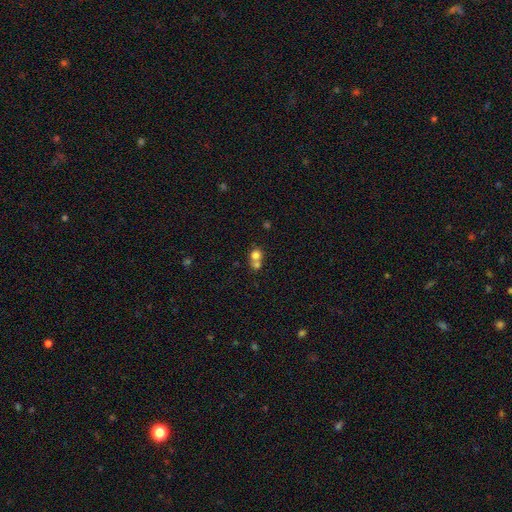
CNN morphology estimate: A smooth galaxy with no disk features (75%) that is round (81%).

Vote fractions:
- Smooth or featured? smooth: 75% / featured or disk: 13% / star or artifact: 12%
- How rounded? round: 81% / in between: 18% / cigar-shaped: 1%
- Merging? merger: 58% / none: 34% / minor disturbance: 6% / major disturbance: 3%